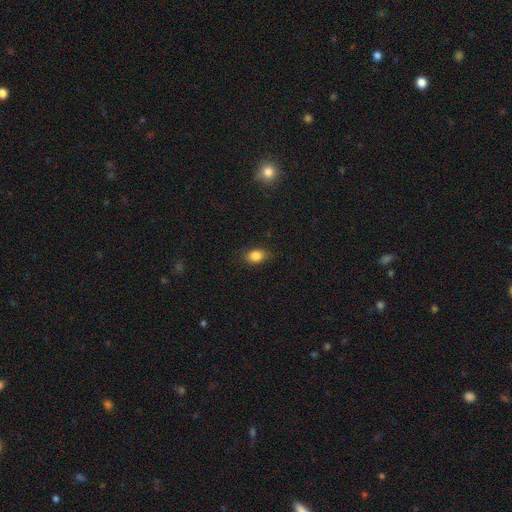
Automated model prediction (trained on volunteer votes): This is clearly a smooth galaxy (84%). How rounded: likely in between (73%). Merging: clearly none (83%).